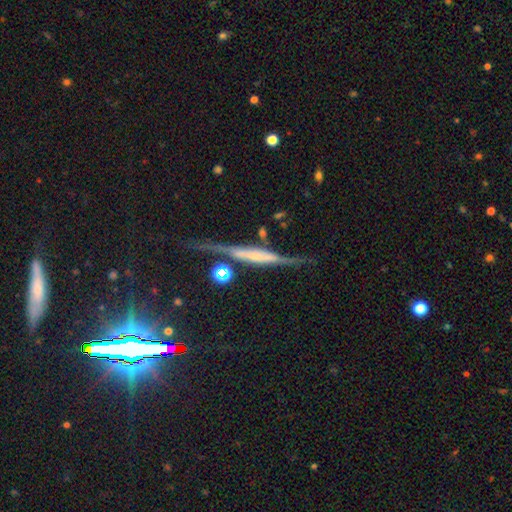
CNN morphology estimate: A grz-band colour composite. It shows a featured or disk galaxy (72%) viewed edge-on (89%) with a boxy central bulge (42%). Merging: none (62%).